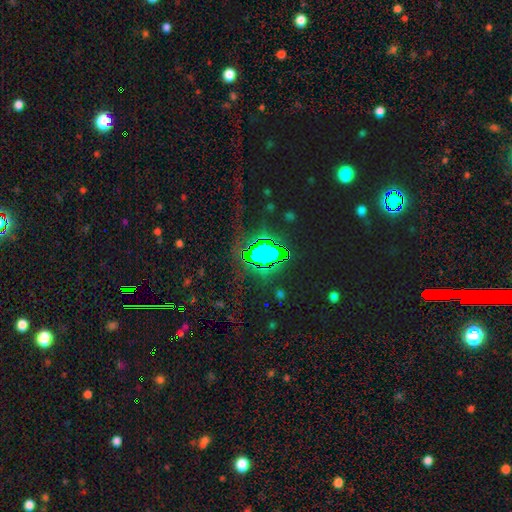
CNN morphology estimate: A star or artifact, not a galaxy (83%).

Vote fractions:
- Smooth or featured? star or artifact: 83% / smooth: 10% / featured or disk: 7%